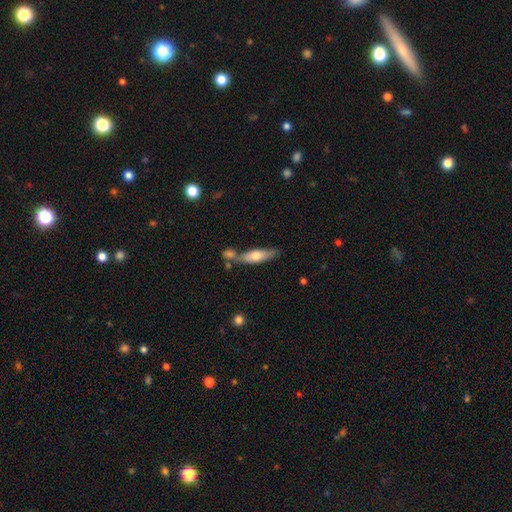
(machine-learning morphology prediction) Overall: smooth (59%; featured or disk 35%). How rounded: cigar-shaped (58%; in between 39%). Merging: none (50%; merger 29%).